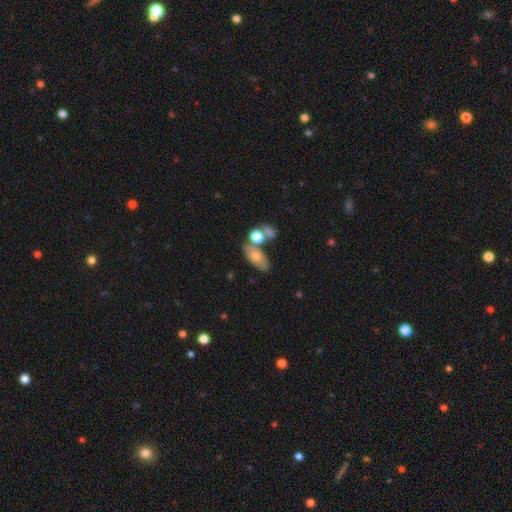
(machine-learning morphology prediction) Smooth or featured: smooth — 62% (featured or disk — 28%)
How rounded: in between — 85% (round — 9%)
Merging: none — 50% (merger — 29%)